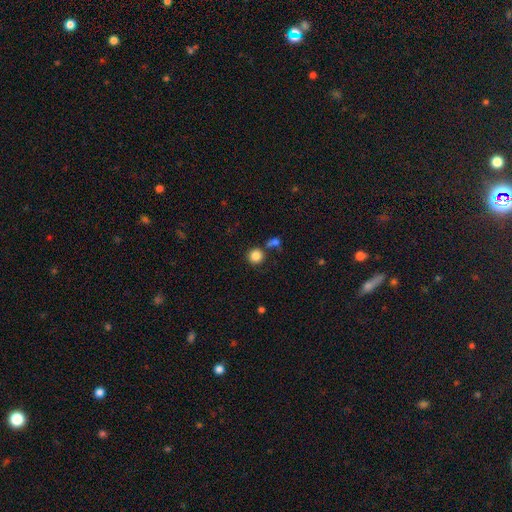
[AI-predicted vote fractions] Overall: smooth (85%). How rounded: round (93%). Merging: none (75%).